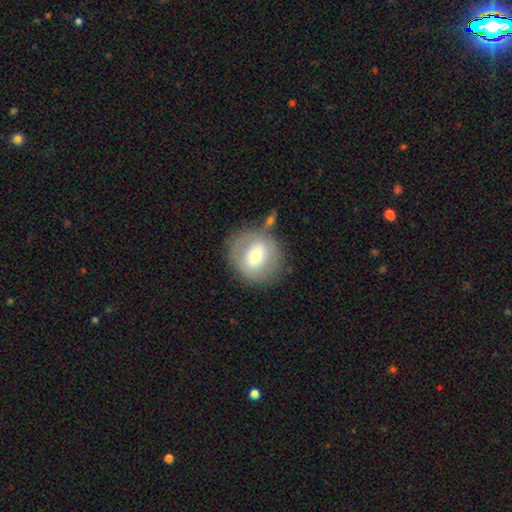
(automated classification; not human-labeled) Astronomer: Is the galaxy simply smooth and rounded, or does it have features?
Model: smooth — 57% (runner-up: featured or disk, 36%).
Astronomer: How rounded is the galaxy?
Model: round — 80%.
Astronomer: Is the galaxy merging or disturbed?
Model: none — 67%.